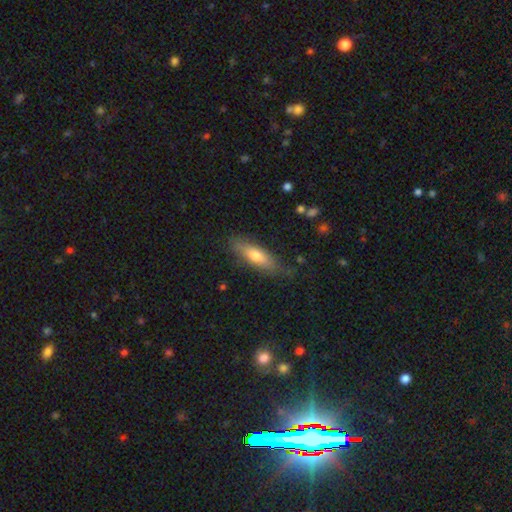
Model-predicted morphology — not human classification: smooth 65%, featured or disk 28%, star or artifact 6%. Down the decision tree: how rounded — cigar-shaped (57%); merging — none (79%).